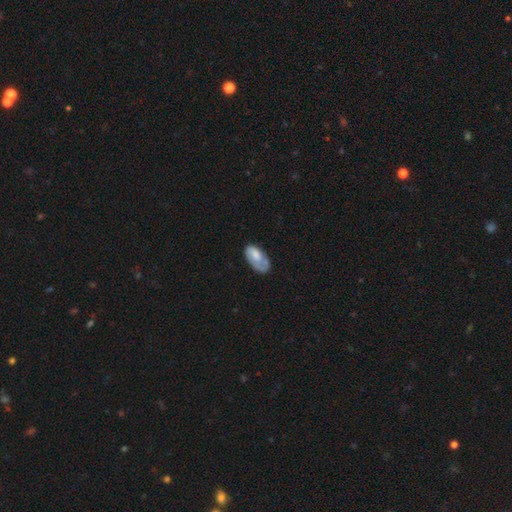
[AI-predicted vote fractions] The model was most divided on "merging": none: 46%, minor disturbance: 31%, major disturbance: 19%, merger: 4%. More confident: how rounded — in between (94%); smooth or featured — smooth (59%).